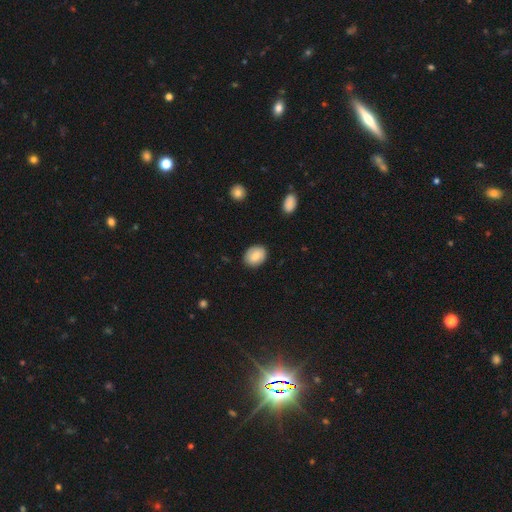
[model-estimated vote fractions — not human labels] A smooth galaxy with no disk features (84%) that is in between round and cigar-shaped (58%). Merging: none (86%).